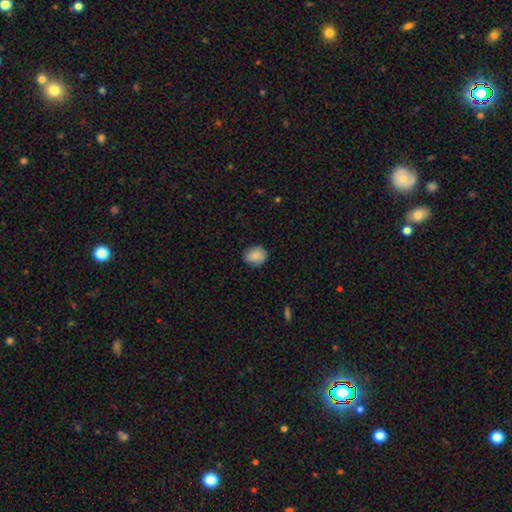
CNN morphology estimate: Overall: smooth (86%). How rounded: round (53%; in between 46%). Merging: none (77%).